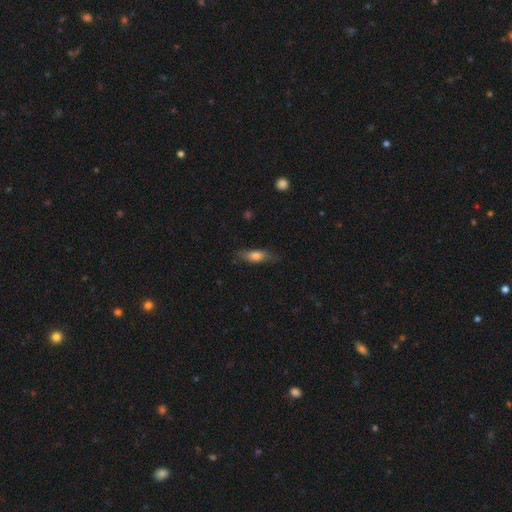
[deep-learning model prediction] Overall: smooth (68%). How rounded: in between (52%; cigar-shaped 44%). Merging: none (74%).